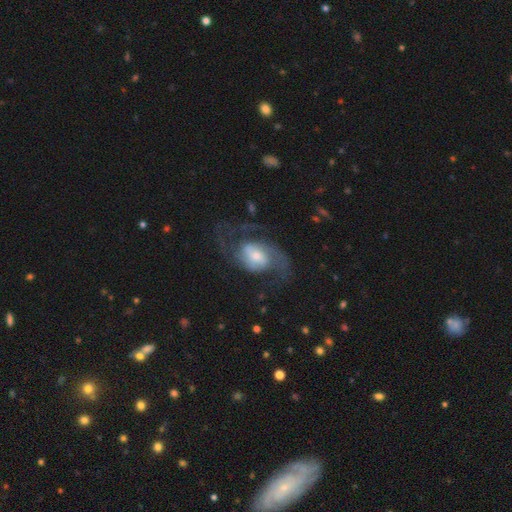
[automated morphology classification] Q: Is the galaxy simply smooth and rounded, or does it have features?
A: featured or disk — 82%.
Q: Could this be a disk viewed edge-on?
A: no — 97%.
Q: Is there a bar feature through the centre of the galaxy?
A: no — 45%.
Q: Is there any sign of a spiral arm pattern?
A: yes — 94%.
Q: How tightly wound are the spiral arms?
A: medium — 49%.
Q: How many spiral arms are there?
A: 2 — 78%.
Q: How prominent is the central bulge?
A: moderate — 42%.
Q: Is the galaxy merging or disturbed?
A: none — 58%.